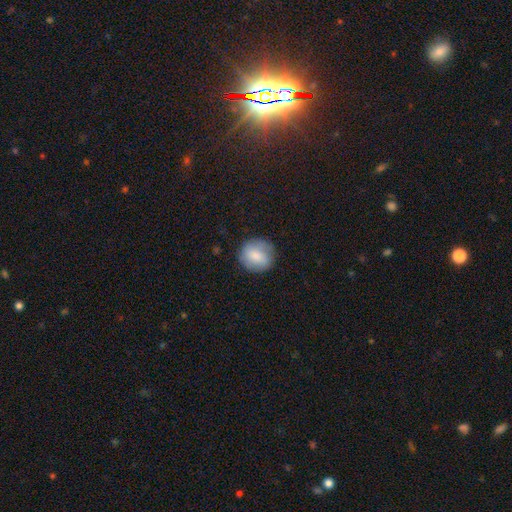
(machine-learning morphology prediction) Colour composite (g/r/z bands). It shows a smooth galaxy with no disk features (79%) that is round (85%). Merging: none (81%).